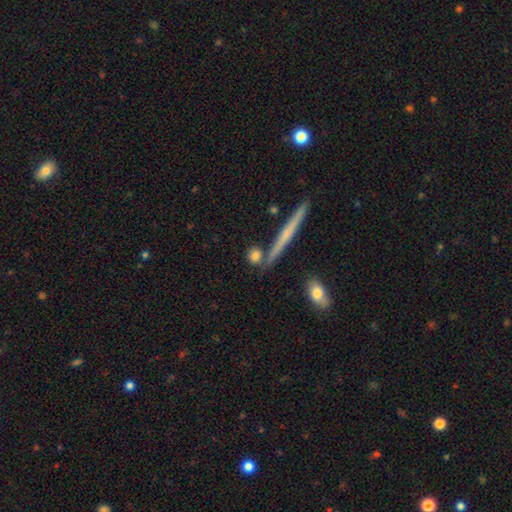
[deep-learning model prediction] Smooth or featured?
  - smooth: 76% *
  - featured or disk: 15%
  - star or artifact: 9%
How rounded?
  - round: 65% *
  - cigar-shaped: 18%
  - in between: 17%
Merging?
  - none: 74% *
  - merger: 12%
  - minor disturbance: 10%
  - major disturbance: 4%